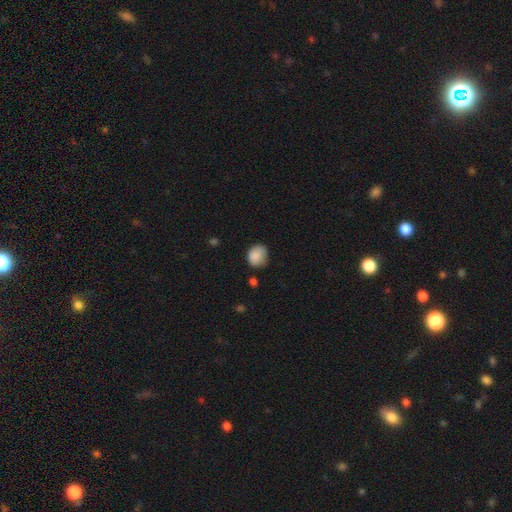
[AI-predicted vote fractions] Overall: smooth (86%). How rounded: round (61%; in between 38%). Merging: none (61%; minor disturbance 30%).